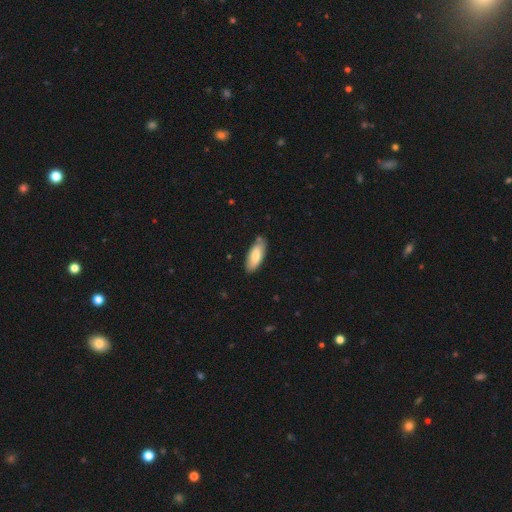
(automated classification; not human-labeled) smooth_or_featured: smooth (p=0.75) [alt: featured or disk p=0.20]
how_rounded: in between (p=0.78) [alt: cigar-shaped p=0.20]
merging: none (p=0.79) [alt: minor disturbance p=0.16]